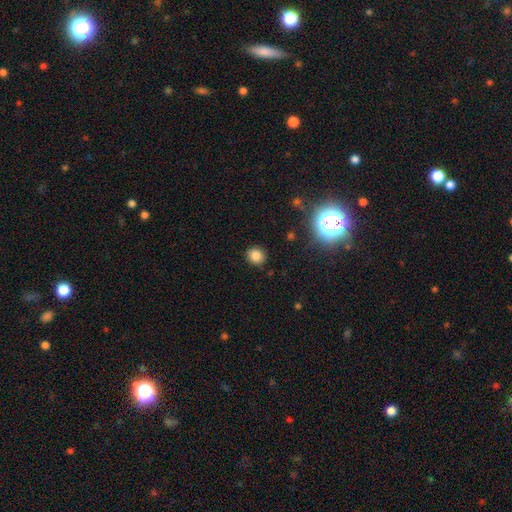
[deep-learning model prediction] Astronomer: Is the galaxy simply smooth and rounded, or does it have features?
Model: smooth — 82%.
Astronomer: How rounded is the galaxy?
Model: round — 82%.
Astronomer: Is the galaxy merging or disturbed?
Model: none — 87%.